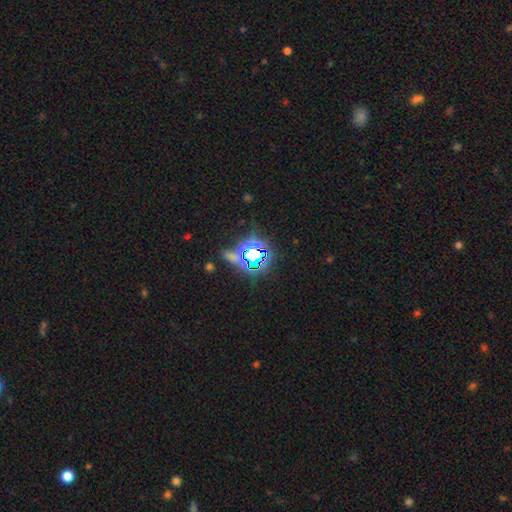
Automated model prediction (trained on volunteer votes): A star or artifact, not a galaxy (73%).

Vote fractions:
- Smooth or featured? star or artifact: 73% / smooth: 18% / featured or disk: 10%